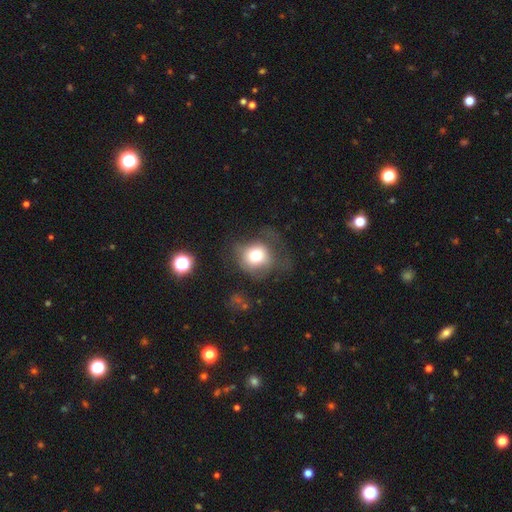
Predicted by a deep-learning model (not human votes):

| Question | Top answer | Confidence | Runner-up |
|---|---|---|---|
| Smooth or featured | smooth | 69% | featured or disk (18%) |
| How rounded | round | 81% | in between (18%) |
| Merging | none | 46% | major disturbance (27%) |